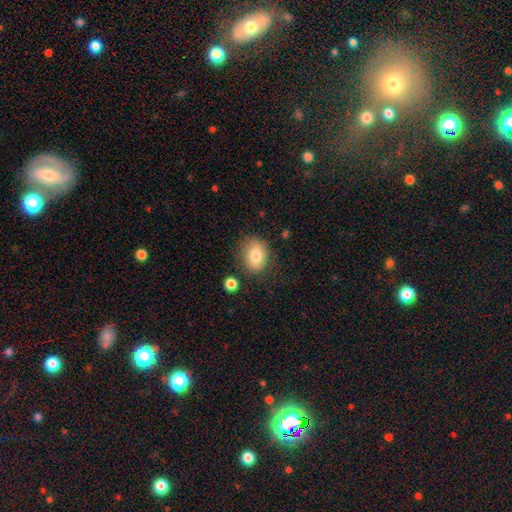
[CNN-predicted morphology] smooth-or-featured: smooth: 80% | featured or disk: 12% | star or artifact: 8%
  how-rounded: in between: 61% | round: 38% | cigar-shaped: 1%
  merging: none: 75% | minor disturbance: 17% | major disturbance: 5% | merger: 3%